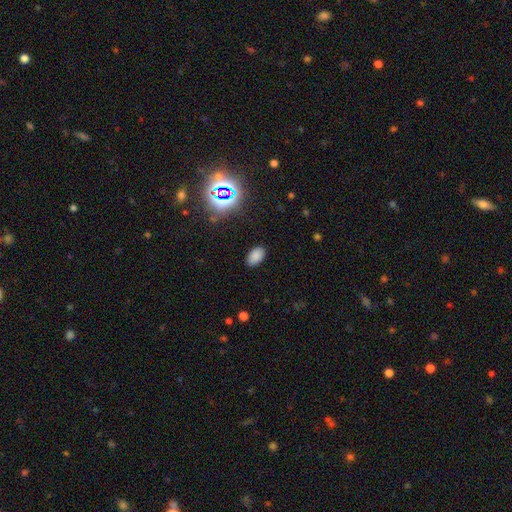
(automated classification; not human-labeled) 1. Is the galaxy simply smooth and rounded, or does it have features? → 81% smooth, 14% star or artifact, 5% featured or disk.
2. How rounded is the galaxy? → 93% in between, 6% round, 1% cigar-shaped.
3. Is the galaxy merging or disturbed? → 87% none, 9% minor disturbance, 3% major disturbance, 1% merger.